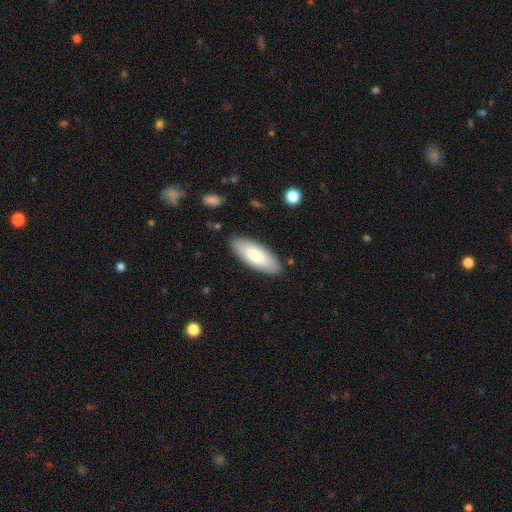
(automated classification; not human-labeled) The model was most divided on "how rounded": in between: 74%, cigar-shaped: 24%, round: 2%. More confident: merging — none (87%); smooth or featured — smooth (79%).